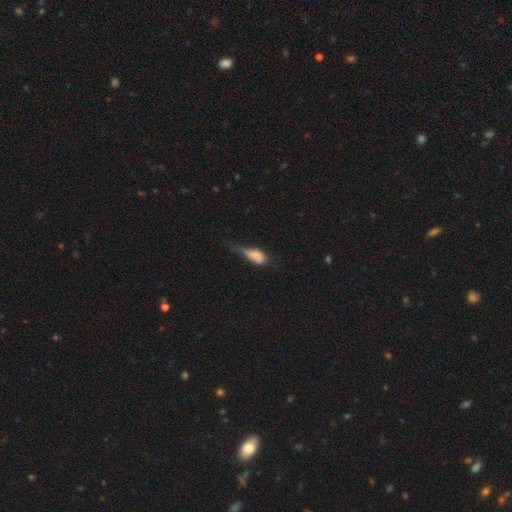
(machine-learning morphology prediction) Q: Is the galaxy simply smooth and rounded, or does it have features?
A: smooth — 76%.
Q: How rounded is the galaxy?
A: in between — 79%.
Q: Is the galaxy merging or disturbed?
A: minor disturbance — 41%.